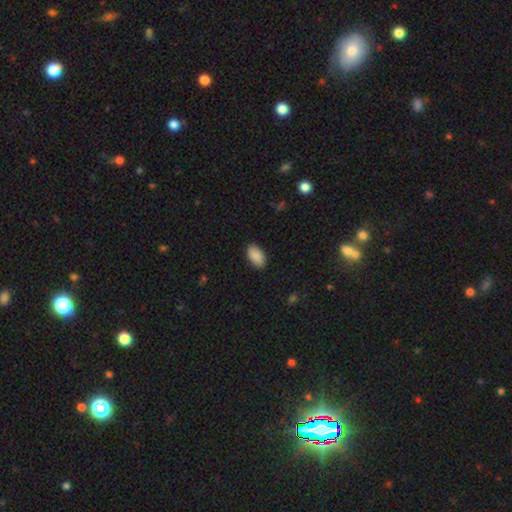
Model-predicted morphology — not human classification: The model was most divided on "merging": none: 88%, minor disturbance: 9%, major disturbance: 2%, merger: 1%. More confident: how rounded — in between (95%); smooth or featured — smooth (90%).